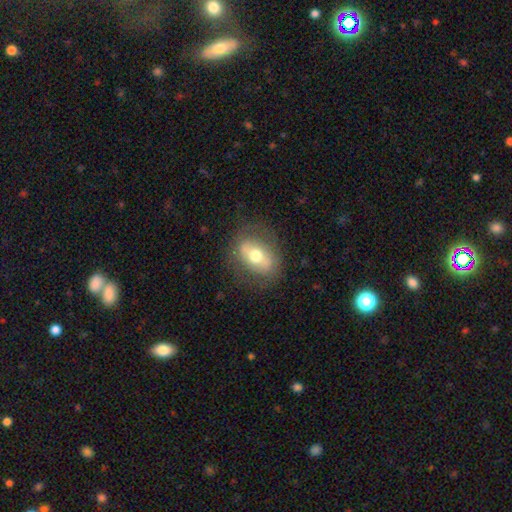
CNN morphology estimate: smooth-or-featured: smooth: 51% | featured or disk: 40% | star or artifact: 8%
  how-rounded: in between: 70% | round: 28% | cigar-shaped: 2%
  merging: none: 76% | minor disturbance: 15% | major disturbance: 8% | merger: 1%